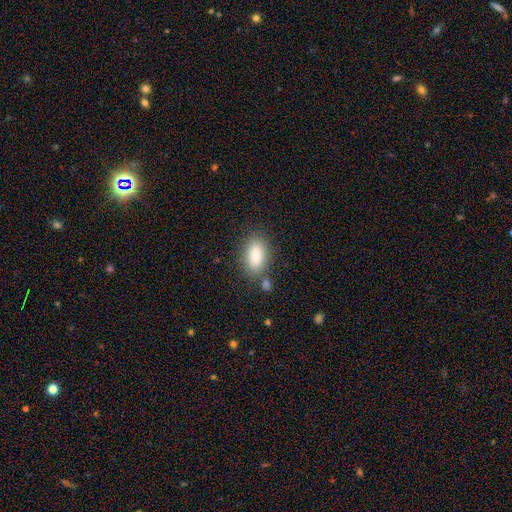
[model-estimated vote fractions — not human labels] A smooth galaxy with no disk features (87%) that is in between round and cigar-shaped (90%). Merging: none (73%).